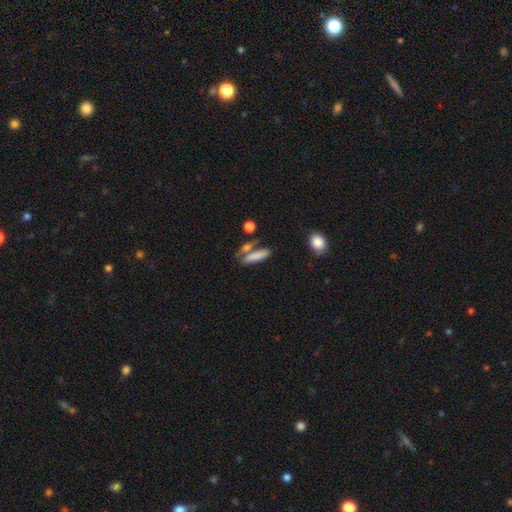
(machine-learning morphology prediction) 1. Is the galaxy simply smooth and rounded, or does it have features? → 80% smooth, 13% featured or disk, 8% star or artifact.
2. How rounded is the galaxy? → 61% cigar-shaped, 35% in between, 4% round.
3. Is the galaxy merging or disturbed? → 54% none, 24% merger, 15% minor disturbance, 7% major disturbance.